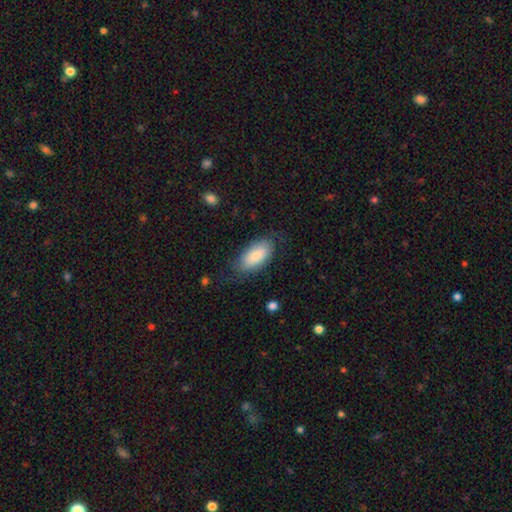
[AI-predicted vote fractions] Smooth or featured? smooth (79%)
How rounded? in between (92%)
Merging? none (68%)